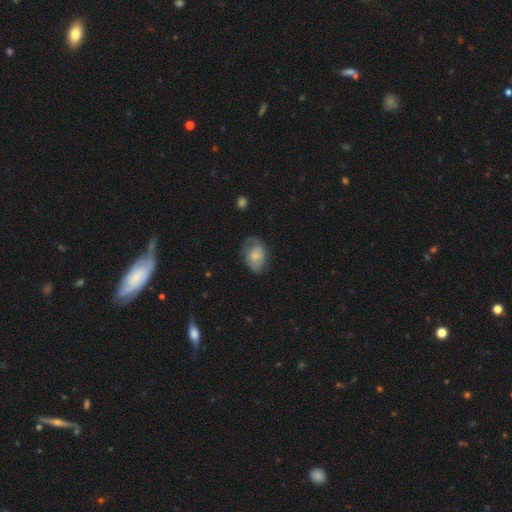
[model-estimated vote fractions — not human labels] This appears to be a smooth galaxy with no disk features (59%) that is in between round and cigar-shaped (81%). Merging: none (56%).